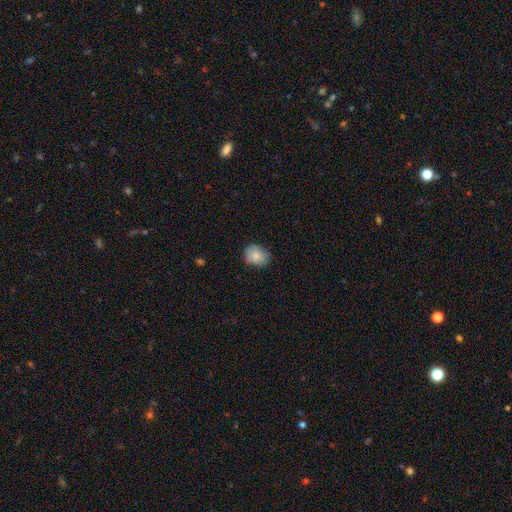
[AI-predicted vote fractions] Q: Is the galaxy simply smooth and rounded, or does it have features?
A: smooth — 83%.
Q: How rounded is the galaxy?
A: round — 51%.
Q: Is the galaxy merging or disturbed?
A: none — 74%.